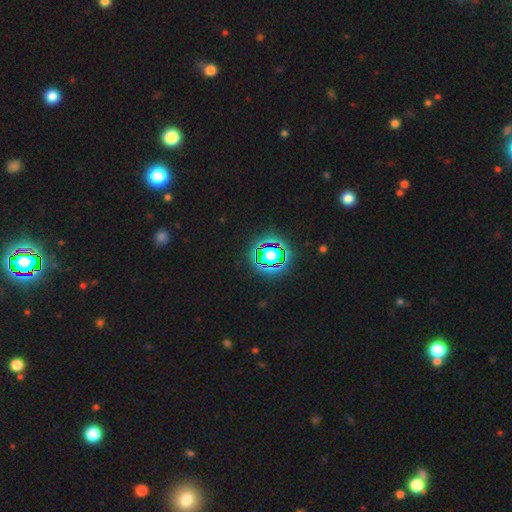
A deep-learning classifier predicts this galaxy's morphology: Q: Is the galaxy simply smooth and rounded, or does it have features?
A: star or artifact — 79%.